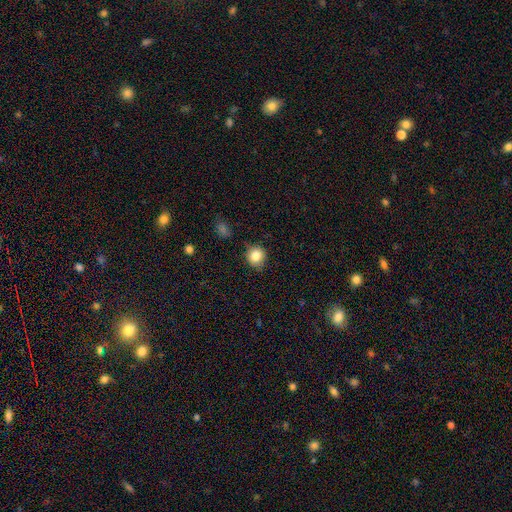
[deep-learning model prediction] A smooth galaxy with no disk features (84%) that is round (87%). Merging: none (82%).